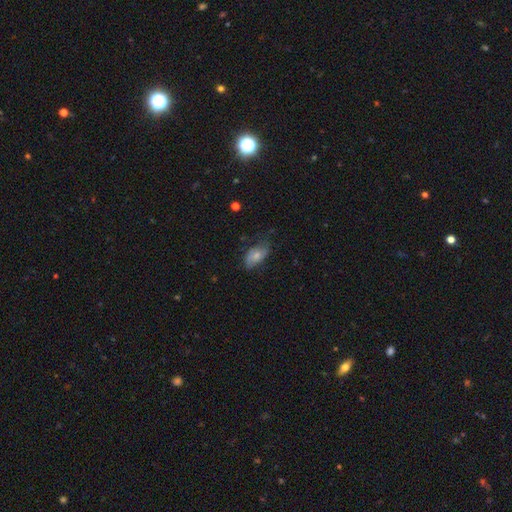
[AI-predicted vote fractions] Q: Smooth or featured?
A: smooth (64%); runner-up: featured or disk (28%)
Q: How rounded?
A: in between (91%); runner-up: round (5%)
Q: Merging?
A: none (53%); runner-up: minor disturbance (33%)